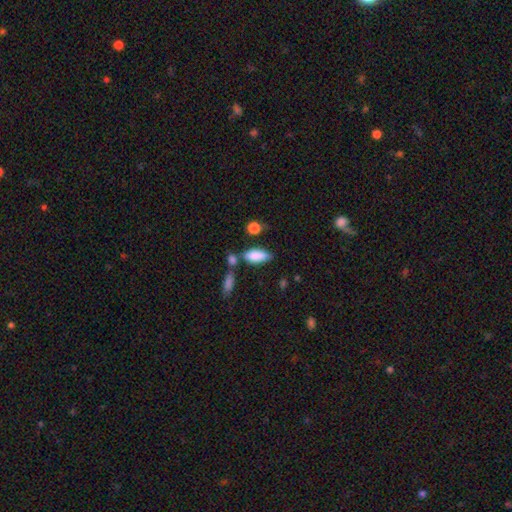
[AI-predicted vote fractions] A smooth galaxy with no disk features (84%) that is in between round and cigar-shaped (81%).

Vote fractions:
- Smooth or featured? smooth: 84% / featured or disk: 9% / star or artifact: 7%
- How rounded? in between: 81% / cigar-shaped: 16% / round: 3%
- Merging? none: 51% / merger: 21% / minor disturbance: 21% / major disturbance: 7%